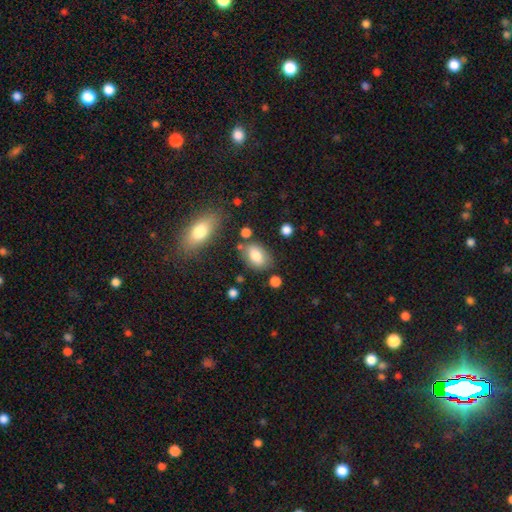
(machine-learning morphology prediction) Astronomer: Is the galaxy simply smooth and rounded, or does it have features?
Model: smooth — 79%.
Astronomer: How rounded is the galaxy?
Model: in between — 85%.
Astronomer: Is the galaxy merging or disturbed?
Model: none — 71%.